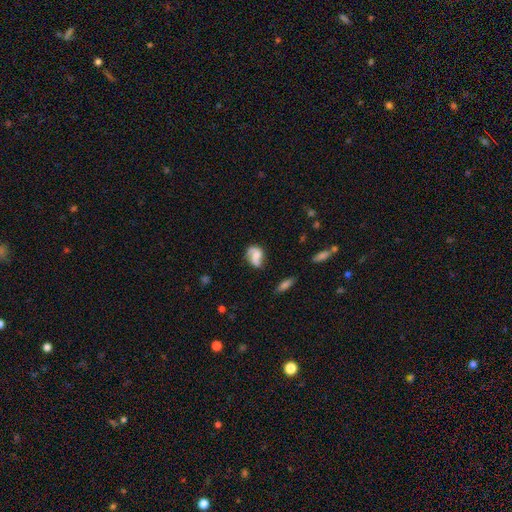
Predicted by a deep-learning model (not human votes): Morphology: type=featured or disk (49%); merging=none (50%).